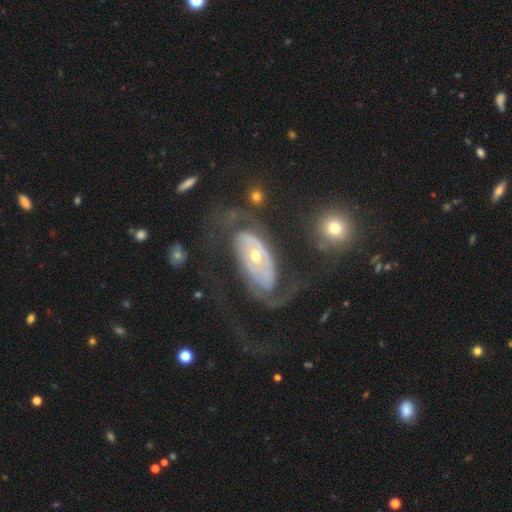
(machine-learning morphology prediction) This appears to be a featured or disk galaxy (80%) with no bar (74%), 2 (54%) tight (43%) spiral arms (80%) and a moderate central bulge (51%). Merging: none (45%).